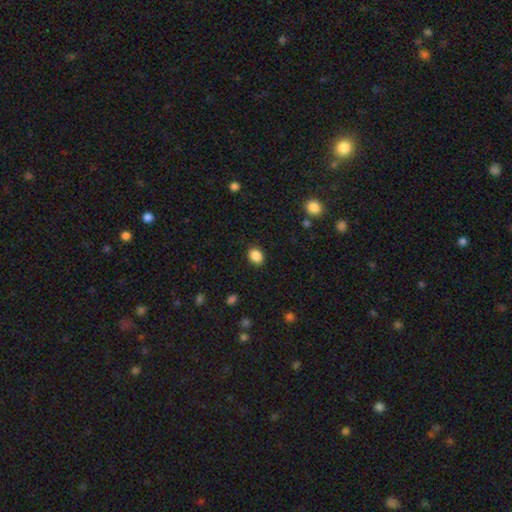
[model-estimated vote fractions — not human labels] smooth-or-featured: smooth: 88% | star or artifact: 9% | featured or disk: 3%
  how-rounded: in between: 60% | round: 40% | cigar-shaped: 1%
  merging: none: 88% | minor disturbance: 9% | major disturbance: 3% | merger: 1%